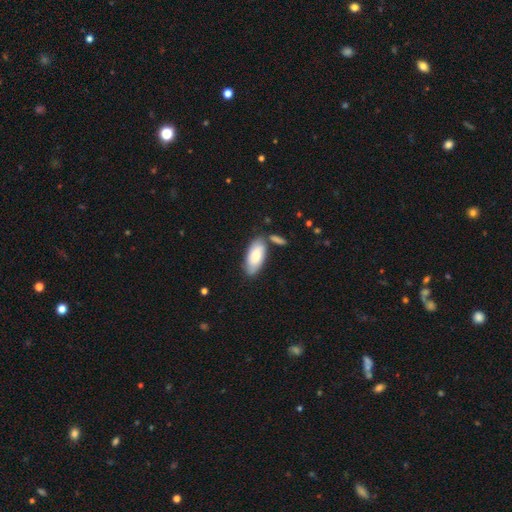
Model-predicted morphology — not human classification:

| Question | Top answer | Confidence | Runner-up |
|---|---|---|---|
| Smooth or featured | smooth | 76% | featured or disk (18%) |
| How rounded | in between | 87% | cigar-shaped (11%) |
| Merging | none | 66% | minor disturbance (17%) |